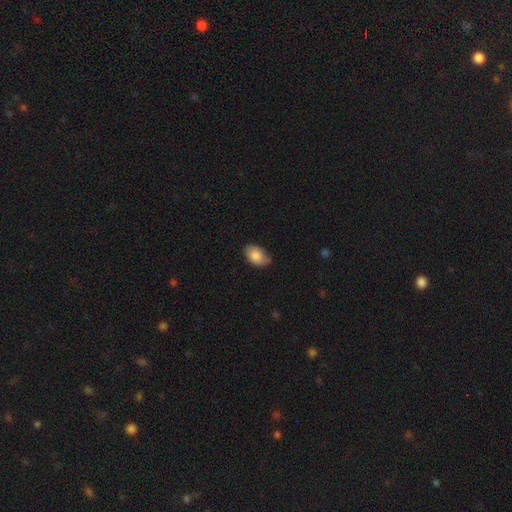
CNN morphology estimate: Q: Smooth or featured?
A: smooth (84%); runner-up: featured or disk (9%)
Q: How rounded?
A: in between (88%); runner-up: round (11%)
Q: Merging?
A: none (68%); runner-up: minor disturbance (27%)